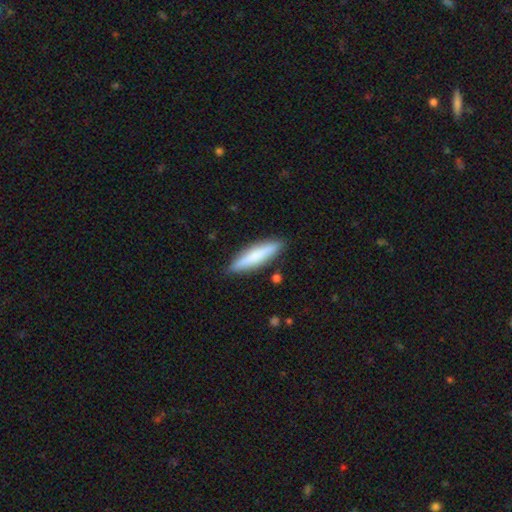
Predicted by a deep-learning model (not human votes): A smooth galaxy with no disk features (67%) that is cigar-shaped (81%). Merging: none (87%).